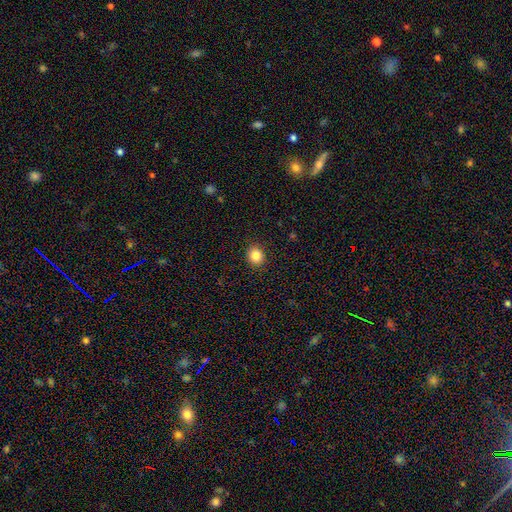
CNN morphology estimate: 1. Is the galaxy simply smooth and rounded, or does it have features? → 85% smooth, 10% star or artifact, 4% featured or disk.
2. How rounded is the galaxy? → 78% round, 21% in between, 1% cigar-shaped.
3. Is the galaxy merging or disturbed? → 91% none, 6% minor disturbance, 2% major disturbance, 1% merger.